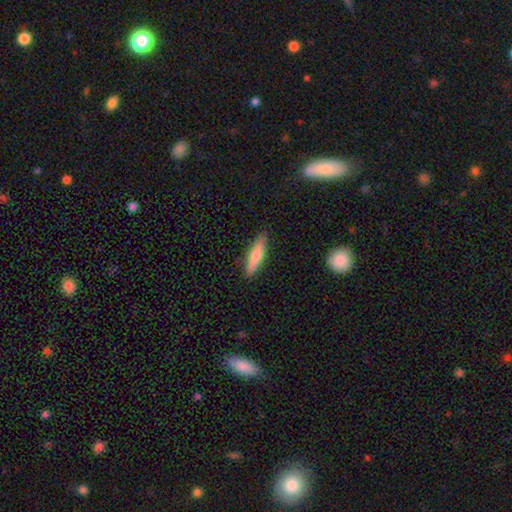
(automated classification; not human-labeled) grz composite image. It shows a smooth galaxy with no disk features (66%) that is cigar-shaped (77%). Merging: none (87%).